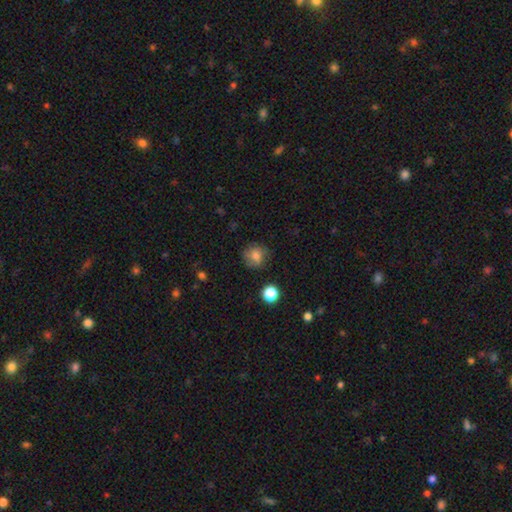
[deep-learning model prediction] Morphology: type=smooth (78%); roundness=round (82%); merging=none (77%).